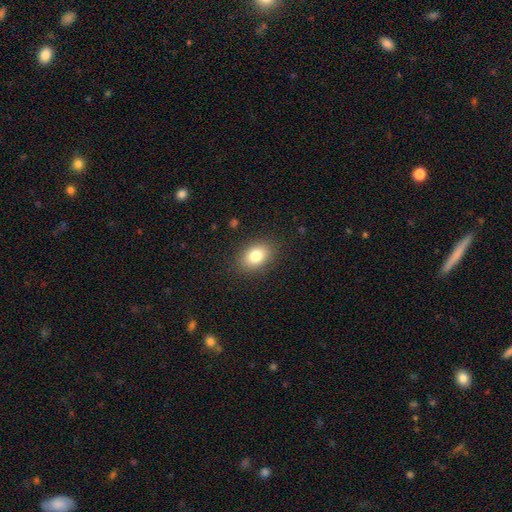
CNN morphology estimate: Smooth or featured: smooth — 81% (featured or disk — 10%)
How rounded: in between — 77% (round — 21%)
Merging: none — 86% (minor disturbance — 9%)